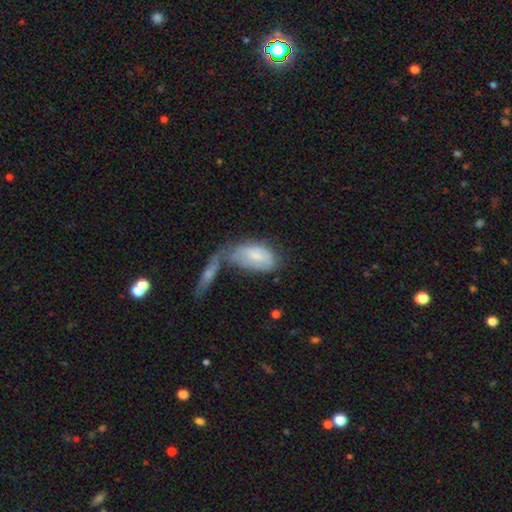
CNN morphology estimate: The model was most divided on "merging": merger: 45%, none: 24%, minor disturbance: 18%, major disturbance: 13%. More confident: how rounded — in between (91%); smooth or featured — smooth (63%).